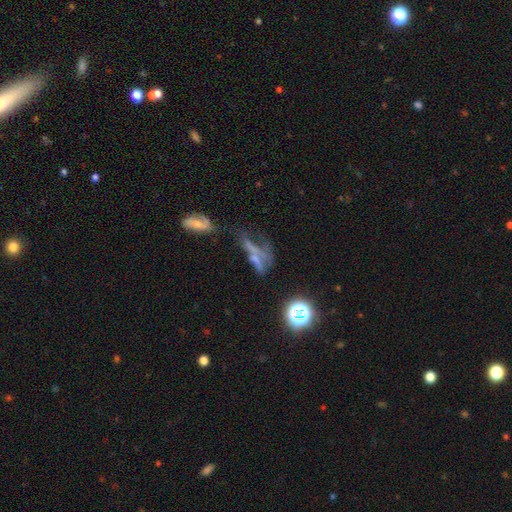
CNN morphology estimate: Q: Smooth or featured?
A: featured or disk (40%); runner-up: star or artifact (30%)
Q: Merging?
A: major disturbance (32%); runner-up: merger (28%)